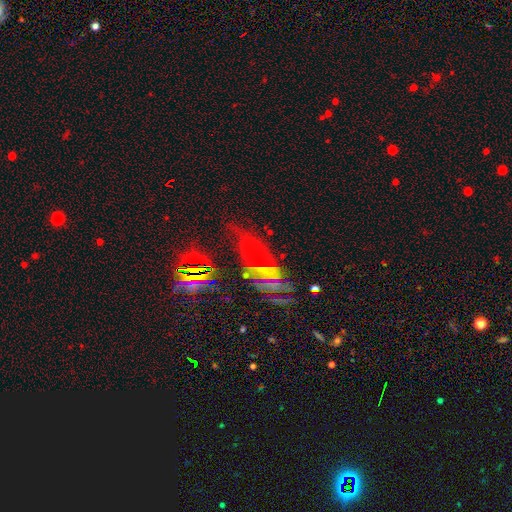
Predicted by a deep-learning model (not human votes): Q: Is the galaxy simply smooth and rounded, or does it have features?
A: star or artifact — 41%.